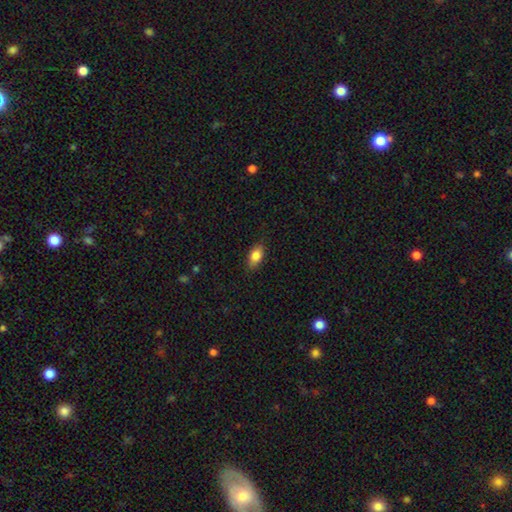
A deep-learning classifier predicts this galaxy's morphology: smooth-or-featured: smooth: 83% | featured or disk: 9% | star or artifact: 8%
  how-rounded: in between: 87% | round: 7% | cigar-shaped: 6%
  merging: none: 84% | minor disturbance: 12% | major disturbance: 3% | merger: 1%